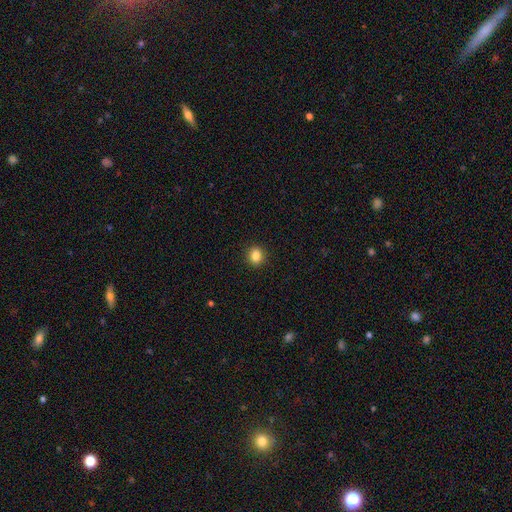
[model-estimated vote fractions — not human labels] This is clearly a smooth galaxy (84%). How rounded: likely round (77%). Merging: clearly none (92%).